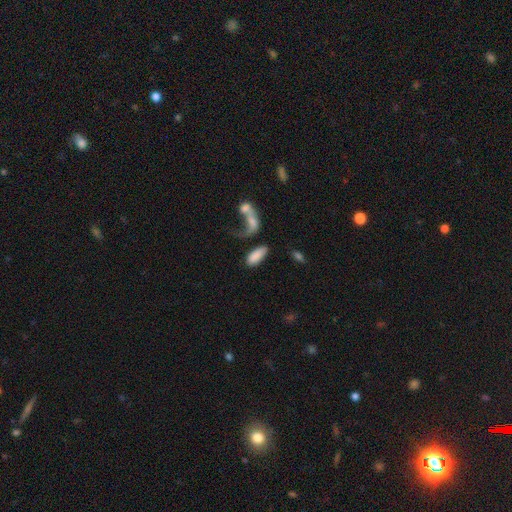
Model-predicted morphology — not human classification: A smooth galaxy with no disk features (79%) that is in between round and cigar-shaped (83%).

Vote fractions:
- Smooth or featured? smooth: 79% / featured or disk: 13% / star or artifact: 8%
- How rounded? in between: 83% / cigar-shaped: 13% / round: 3%
- Merging? none: 35% / merger: 32% / major disturbance: 21% / minor disturbance: 12%